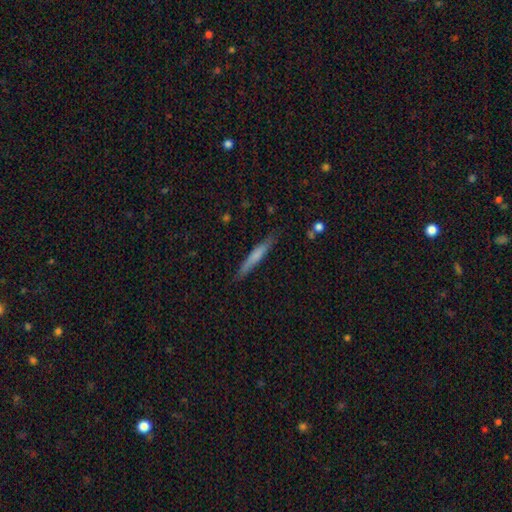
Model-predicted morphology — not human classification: Smooth or featured?
  - smooth: 64% *
  - featured or disk: 30%
  - star or artifact: 6%
How rounded?
  - cigar-shaped: 95% *
  - in between: 4%
  - round: 1%
Merging?
  - none: 86% *
  - minor disturbance: 11%
  - major disturbance: 2%
  - merger: 2%